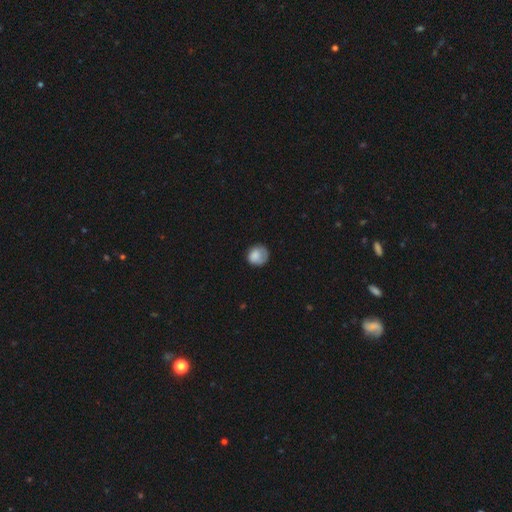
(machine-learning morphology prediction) Q: Smooth or featured?
A: smooth (81%); runner-up: featured or disk (12%)
Q: How rounded?
A: round (81%); runner-up: in between (18%)
Q: Merging?
A: none (65%); runner-up: minor disturbance (24%)